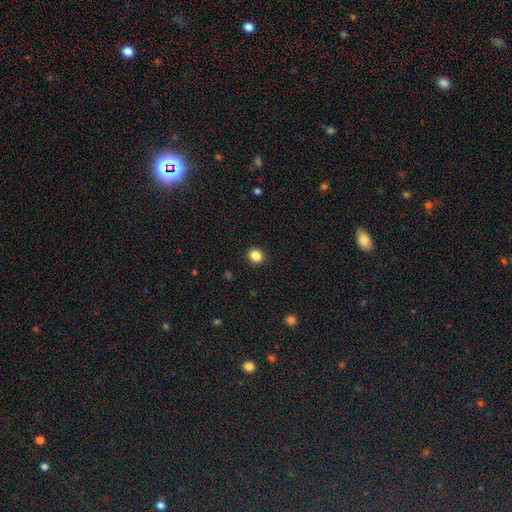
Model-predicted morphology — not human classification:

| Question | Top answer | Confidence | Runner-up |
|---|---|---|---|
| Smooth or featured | smooth | 85% | star or artifact (11%) |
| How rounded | round | 82% | in between (18%) |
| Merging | none | 92% | minor disturbance (6%) |